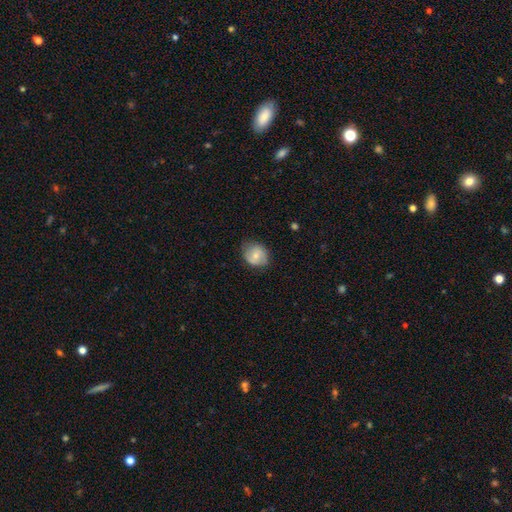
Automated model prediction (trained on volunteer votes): A smooth galaxy with no disk features (65%) that is round (62%).

Vote fractions:
- Smooth or featured? smooth: 65% / featured or disk: 28% / star or artifact: 7%
- How rounded? round: 62% / in between: 37% / cigar-shaped: 1%
- Merging? none: 74% / minor disturbance: 21% / major disturbance: 5% / merger: 1%